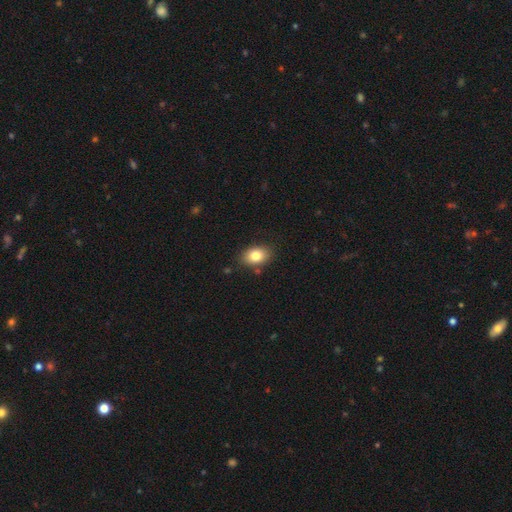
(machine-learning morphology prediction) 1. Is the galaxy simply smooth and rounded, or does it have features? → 82% smooth, 10% featured or disk, 9% star or artifact.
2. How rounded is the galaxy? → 78% in between, 20% round, 1% cigar-shaped.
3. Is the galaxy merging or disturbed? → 82% none, 12% minor disturbance, 3% major disturbance, 3% merger.